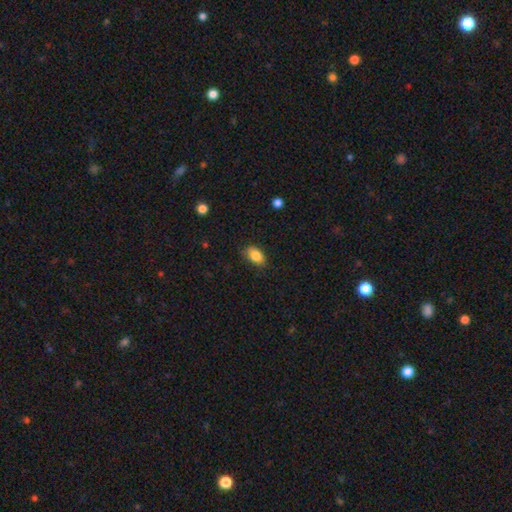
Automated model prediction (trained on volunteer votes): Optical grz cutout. It shows a smooth galaxy with no disk features (85%) that is in between round and cigar-shaped (88%). Merging: none (80%).